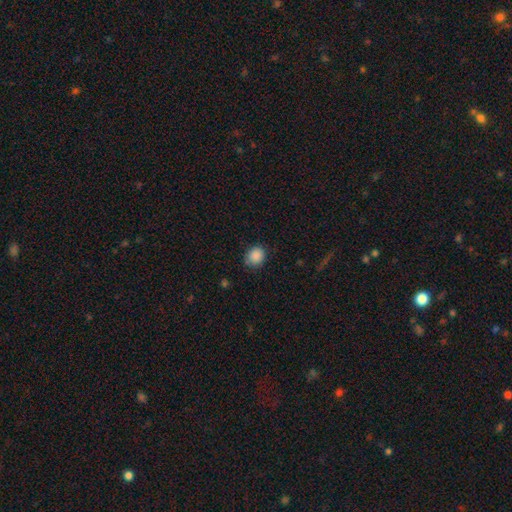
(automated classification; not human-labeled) Overall: smooth (88%). How rounded: round (72%). Merging: none (81%).